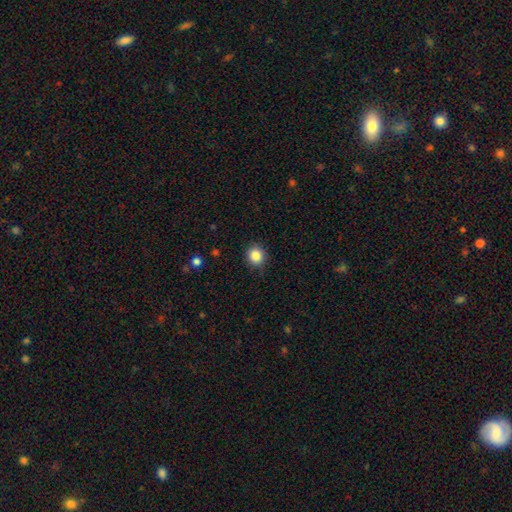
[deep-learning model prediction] Overall: smooth (85%). How rounded: round (87%). Merging: none (88%).